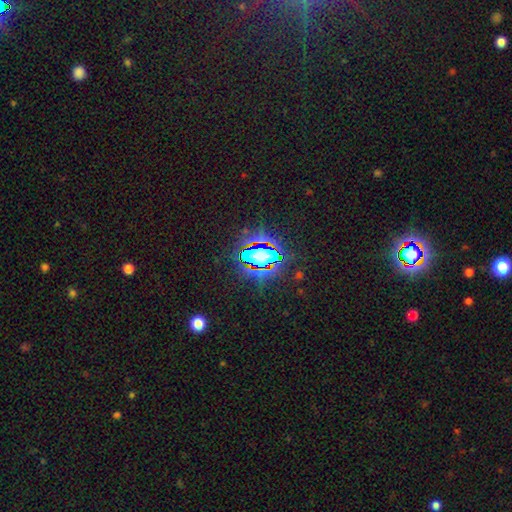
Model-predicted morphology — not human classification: smooth_or_featured: star or artifact (p=0.64) [alt: smooth p=0.22]